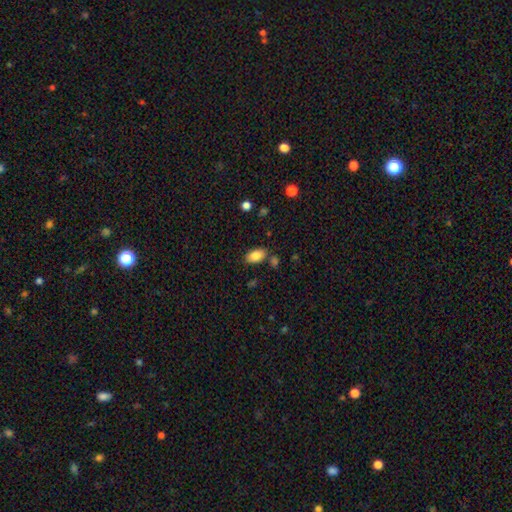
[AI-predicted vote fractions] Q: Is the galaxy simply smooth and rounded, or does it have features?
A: smooth — 86%.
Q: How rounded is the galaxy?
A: in between — 92%.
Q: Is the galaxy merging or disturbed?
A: none — 78%.